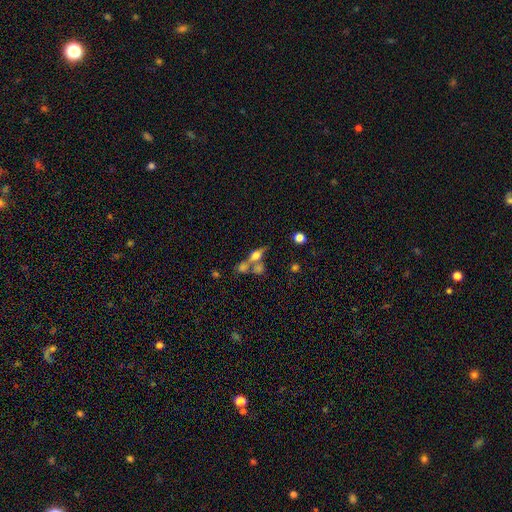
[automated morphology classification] Overall: smooth (46%; featured or disk 41%). Merging: merger (42%; none 40%).